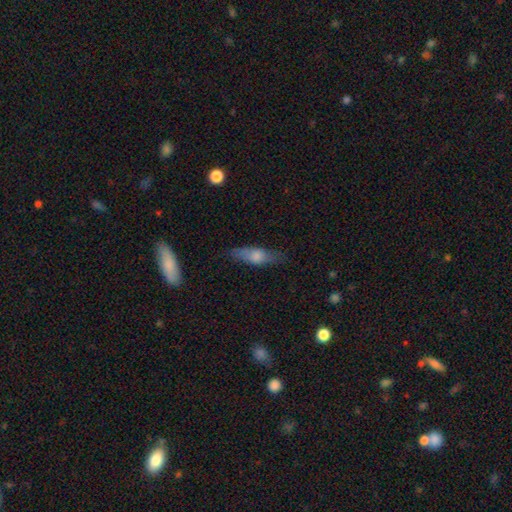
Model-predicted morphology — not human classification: smooth-or-featured: smooth: 63% | featured or disk: 29% | star or artifact: 7%
  how-rounded: cigar-shaped: 52% | in between: 45% | round: 3%
  merging: none: 76% | minor disturbance: 17% | major disturbance: 5% | merger: 2%